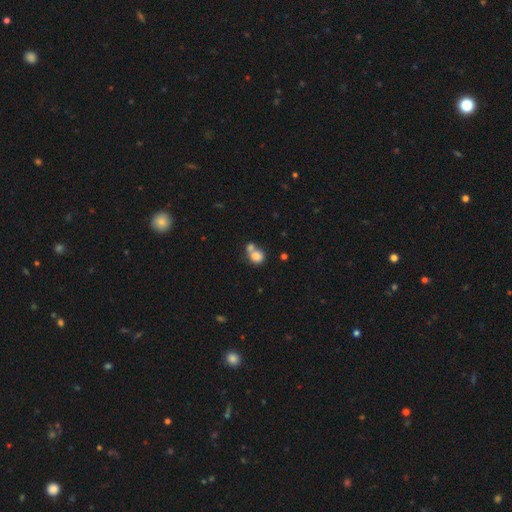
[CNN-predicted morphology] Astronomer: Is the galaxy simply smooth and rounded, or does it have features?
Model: smooth — 79%.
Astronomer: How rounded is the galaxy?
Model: round — 76%.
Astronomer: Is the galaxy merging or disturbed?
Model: merger — 52% (runner-up: none, 35%).